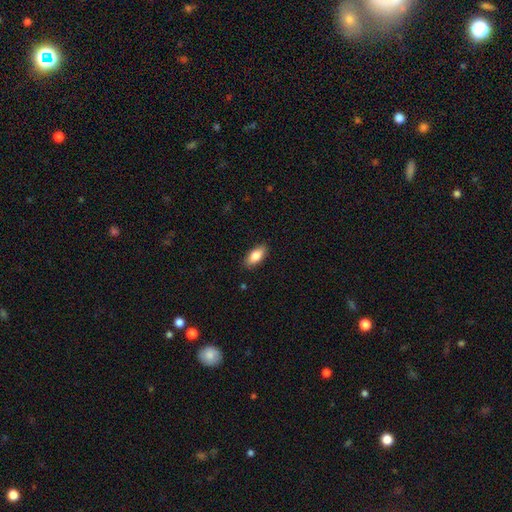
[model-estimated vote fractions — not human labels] The model was most divided on "smooth or featured": smooth: 83%, featured or disk: 11%, star or artifact: 6%. More confident: merging — none (88%); how rounded — in between (86%).